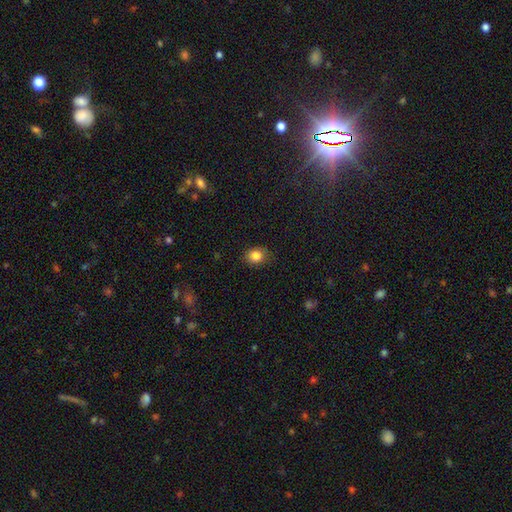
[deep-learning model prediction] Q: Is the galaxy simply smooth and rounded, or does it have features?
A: smooth — 84%.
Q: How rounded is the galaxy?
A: round — 62%.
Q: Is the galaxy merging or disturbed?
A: none — 81%.